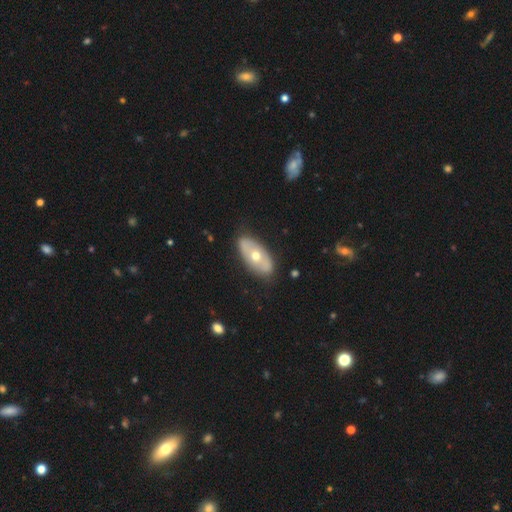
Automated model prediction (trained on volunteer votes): featured or disk 49%, smooth 46%, star or artifact 6%. Down the decision tree: merging — none (81%).